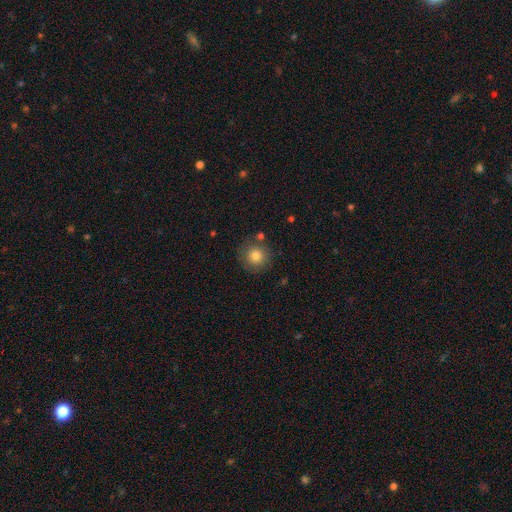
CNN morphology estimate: The model was most divided on "smooth or featured": smooth: 79%, featured or disk: 10%, star or artifact: 10%. More confident: how rounded — round (94%); merging — none (80%).